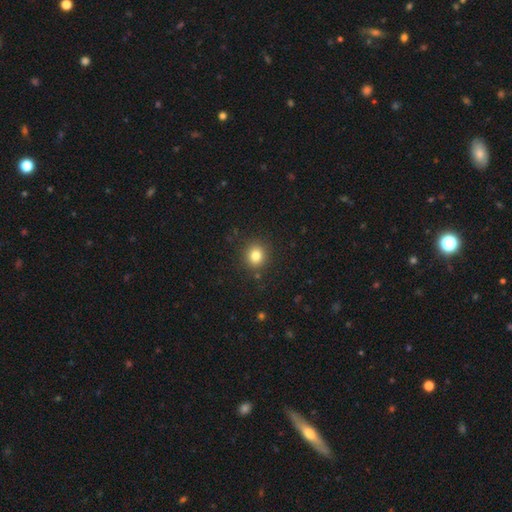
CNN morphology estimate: Smooth or featured?
  - smooth: 81% *
  - star or artifact: 13%
  - featured or disk: 7%
How rounded?
  - round: 84% *
  - in between: 15%
  - cigar-shaped: 1%
Merging?
  - none: 89% *
  - minor disturbance: 7%
  - major disturbance: 2%
  - merger: 2%